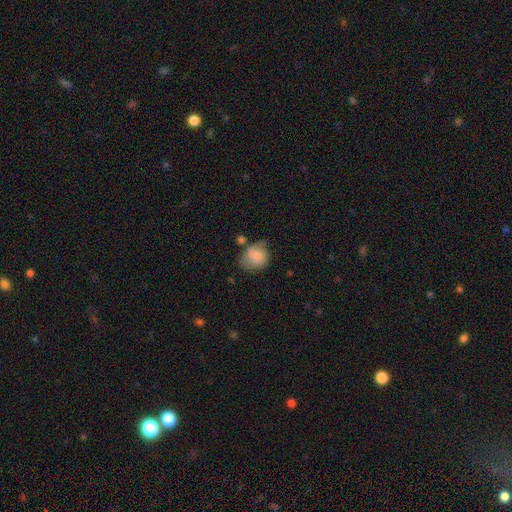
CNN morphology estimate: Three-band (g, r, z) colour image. It shows a smooth galaxy with no disk features (76%) that is round (64%). Merging: none (41%).